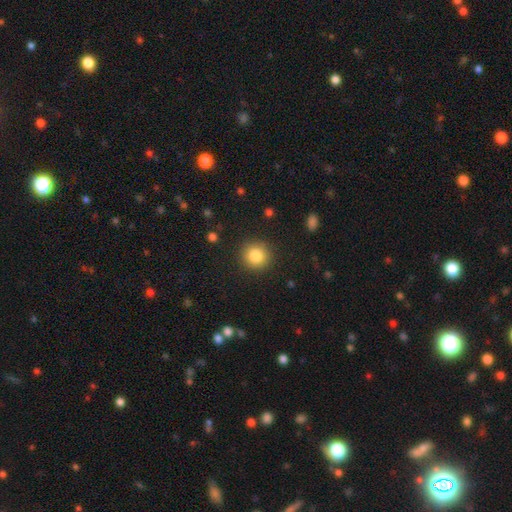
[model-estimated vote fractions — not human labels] Morphology: type=smooth (84%); roundness=round (94%); merging=none (90%).